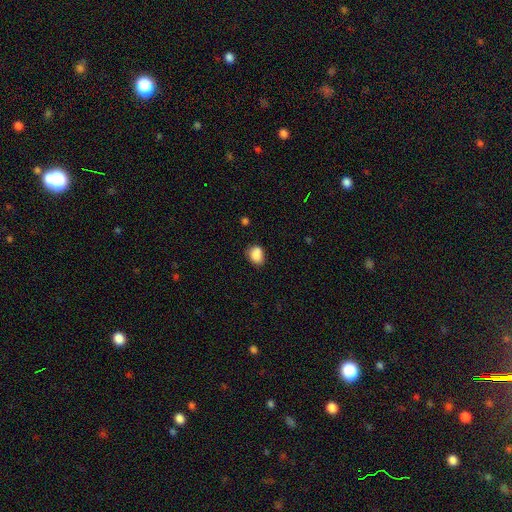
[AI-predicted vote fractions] The model was most divided on "how rounded": in between: 63%, round: 36%, cigar-shaped: 1%. More confident: smooth or featured — smooth (86%); merging — none (65%).